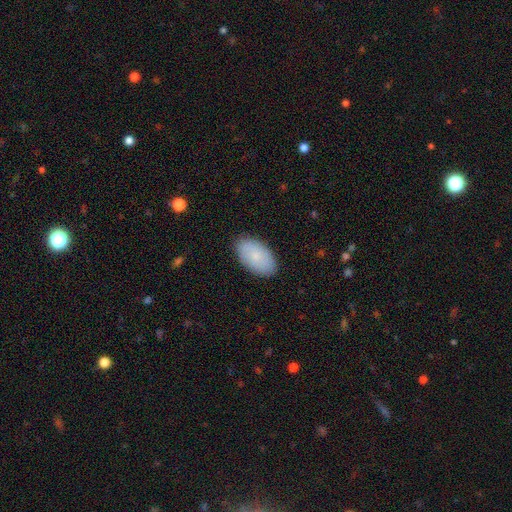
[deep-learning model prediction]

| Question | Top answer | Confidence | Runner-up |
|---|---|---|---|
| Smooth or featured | smooth | 77% | featured or disk (17%) |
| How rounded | in between | 95% | round (4%) |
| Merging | none | 86% | minor disturbance (11%) |